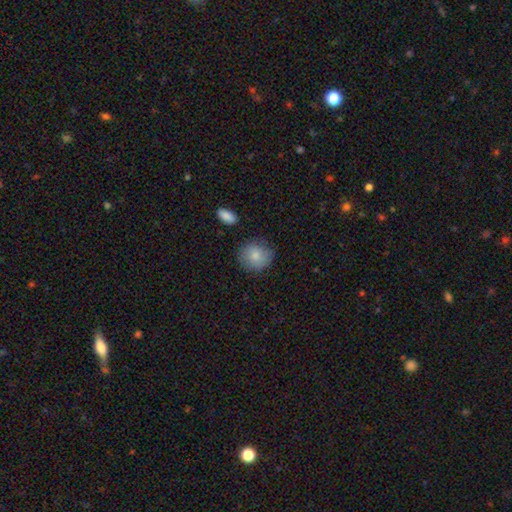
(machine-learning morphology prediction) type=smooth (84%); roundness=round (84%); merging=none (80%).